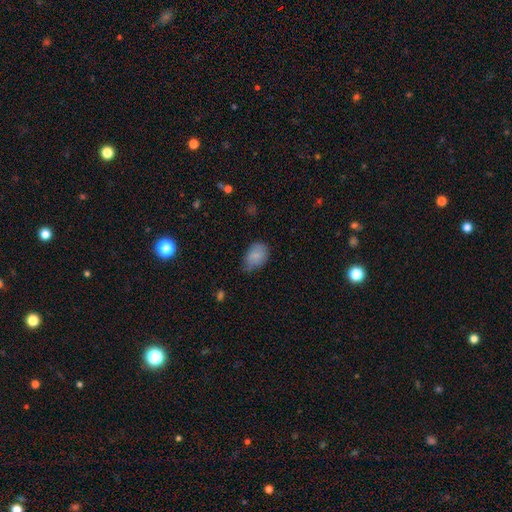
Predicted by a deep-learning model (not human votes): Overall: smooth (81%). How rounded: in between (76%). Merging: none (55%; minor disturbance 36%).